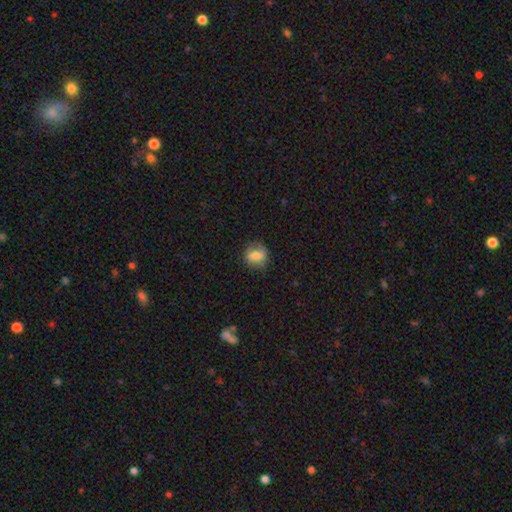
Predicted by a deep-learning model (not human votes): Smooth or featured?
  - smooth: 70% *
  - featured or disk: 21%
  - star or artifact: 9%
How rounded?
  - round: 74% *
  - in between: 24%
  - cigar-shaped: 1%
Merging?
  - none: 81% *
  - minor disturbance: 14%
  - major disturbance: 4%
  - merger: 1%